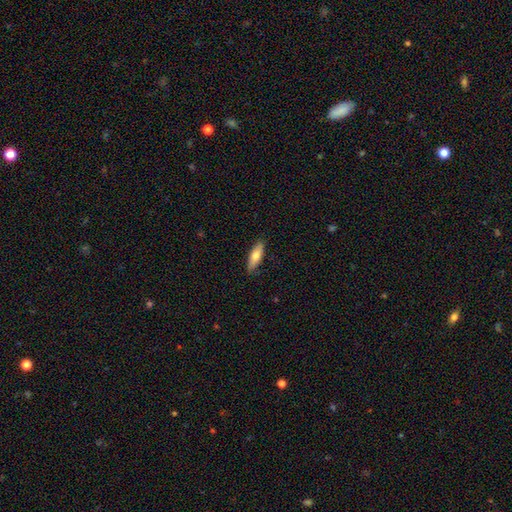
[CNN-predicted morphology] Smooth or featured: smooth — 72% (featured or disk — 22%)
How rounded: in between — 53% (cigar-shaped — 44%)
Merging: none — 86% (minor disturbance — 11%)